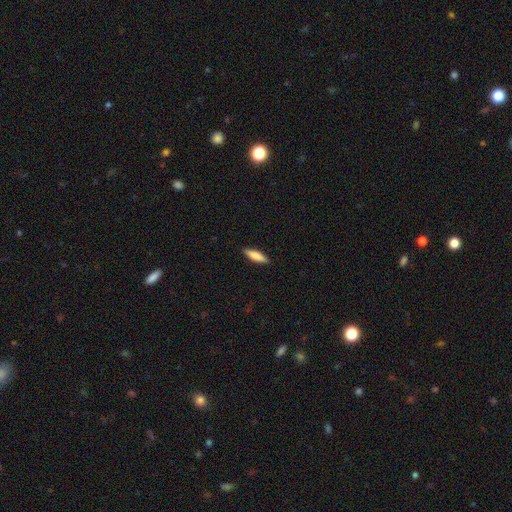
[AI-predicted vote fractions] smooth_or_featured: smooth (p=0.81) [alt: featured or disk p=0.14]
how_rounded: cigar-shaped (p=0.66) [alt: in between p=0.32]
merging: none (p=0.90) [alt: minor disturbance p=0.08]